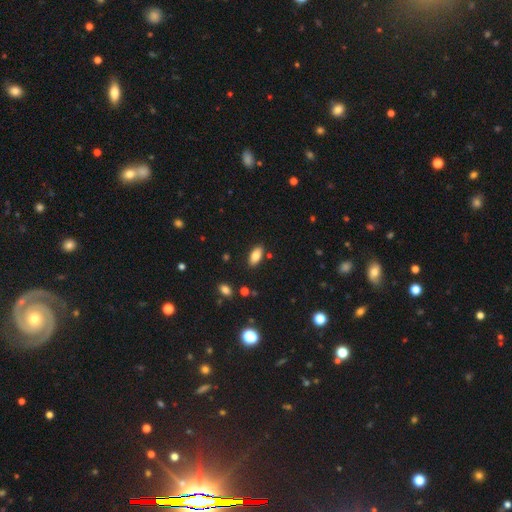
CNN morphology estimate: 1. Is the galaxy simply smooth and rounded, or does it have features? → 82% smooth, 9% featured or disk, 8% star or artifact.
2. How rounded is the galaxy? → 89% in between, 8% cigar-shaped, 3% round.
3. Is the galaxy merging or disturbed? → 85% none, 10% minor disturbance, 2% merger, 2% major disturbance.